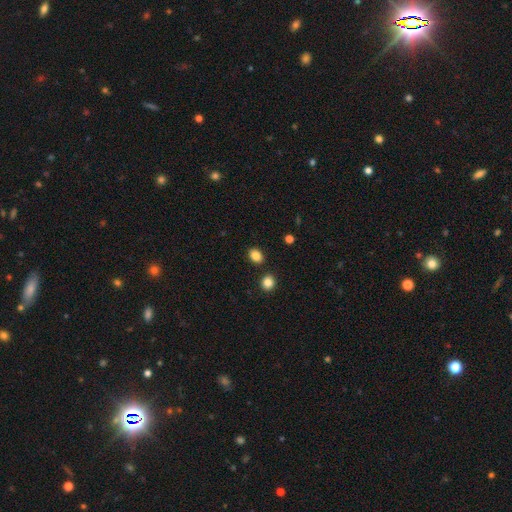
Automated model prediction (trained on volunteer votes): This is clearly a smooth galaxy (85%). How rounded: likely in between (61%). Merging: clearly none (85%).